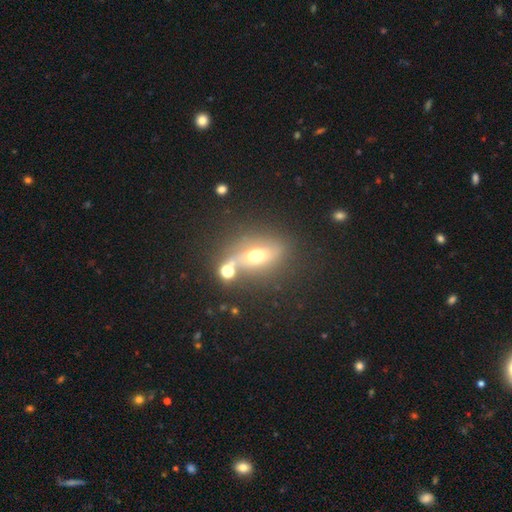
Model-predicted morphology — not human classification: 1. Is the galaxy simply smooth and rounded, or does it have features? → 49% smooth, 35% featured or disk, 16% star or artifact.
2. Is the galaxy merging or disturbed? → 59% none, 17% merger, 15% minor disturbance, 8% major disturbance.